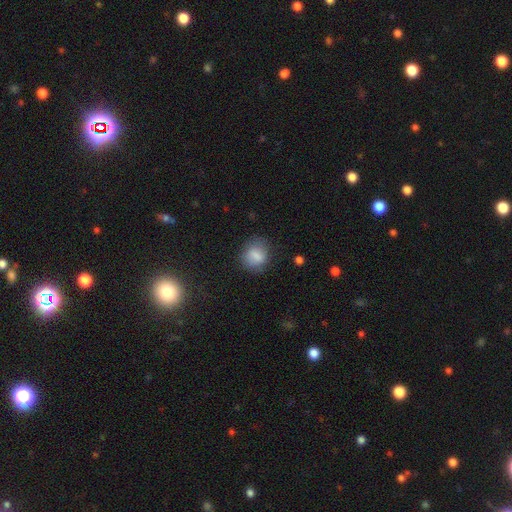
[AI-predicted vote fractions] smooth-or-featured: smooth: 81% | featured or disk: 10% | star or artifact: 9%
  how-rounded: round: 65% | in between: 34% | cigar-shaped: 1%
  merging: none: 73% | minor disturbance: 19% | major disturbance: 6% | merger: 2%